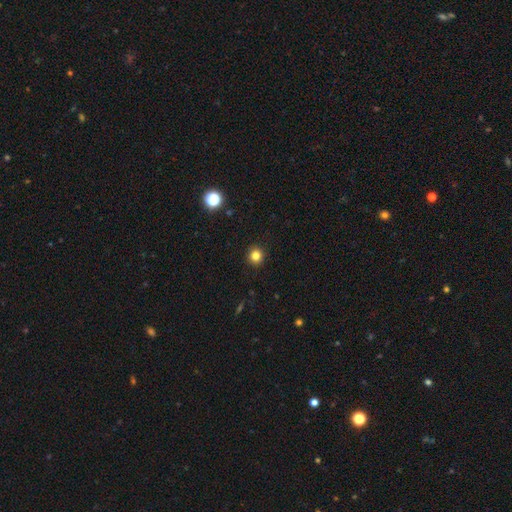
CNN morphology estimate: Q: Smooth or featured?
A: smooth (82%); runner-up: star or artifact (13%)
Q: How rounded?
A: round (92%); runner-up: in between (8%)
Q: Merging?
A: none (92%); runner-up: minor disturbance (5%)